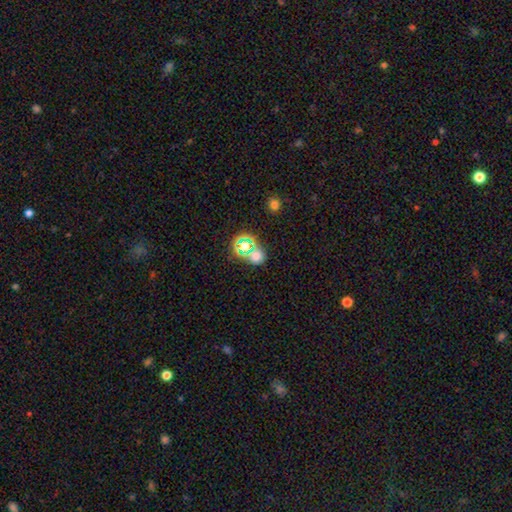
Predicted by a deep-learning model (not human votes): A smooth galaxy with no disk features (54%) that is round (72%). Merging: none (67%).